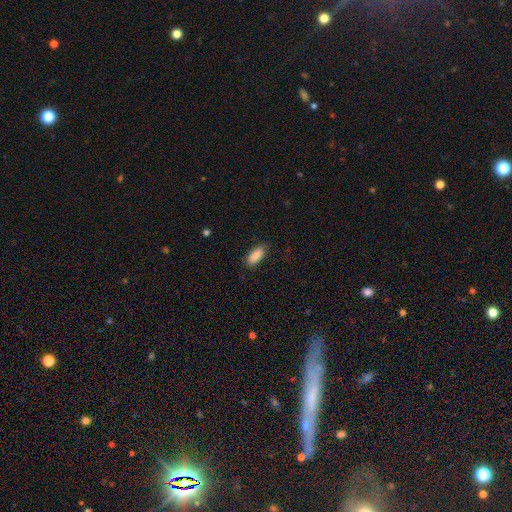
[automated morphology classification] smooth 89%, star or artifact 7%, featured or disk 5%. Down the decision tree: how rounded — in between (82%); merging — none (85%).